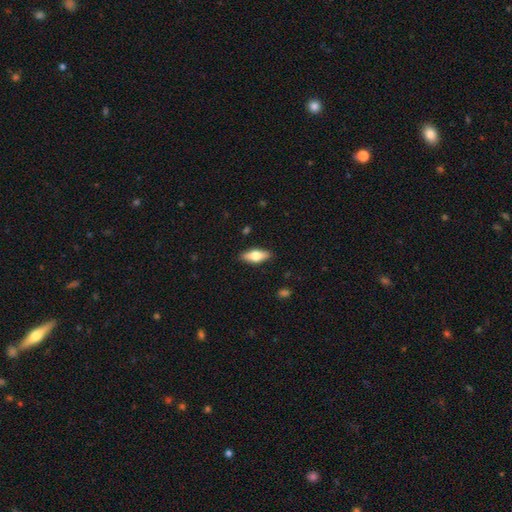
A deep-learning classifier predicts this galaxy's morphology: Overall: smooth (65%; featured or disk 29%). How rounded: in between (77%). Merging: none (88%).